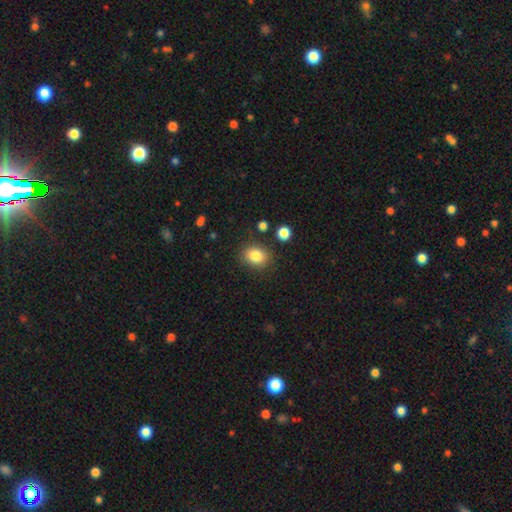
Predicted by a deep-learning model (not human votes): A smooth galaxy with no disk features (84%) that is in between round and cigar-shaped (52%).

Vote fractions:
- Smooth or featured? smooth: 84% / star or artifact: 10% / featured or disk: 6%
- How rounded? in between: 52% / round: 47% / cigar-shaped: 1%
- Merging? none: 83% / minor disturbance: 11% / major disturbance: 3% / merger: 3%